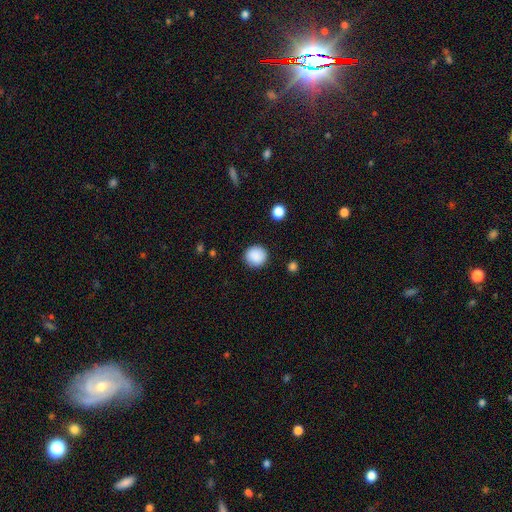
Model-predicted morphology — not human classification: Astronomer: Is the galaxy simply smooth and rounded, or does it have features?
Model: smooth — 89%.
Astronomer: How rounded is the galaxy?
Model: round — 92%.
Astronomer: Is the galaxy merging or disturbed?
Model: none — 90%.